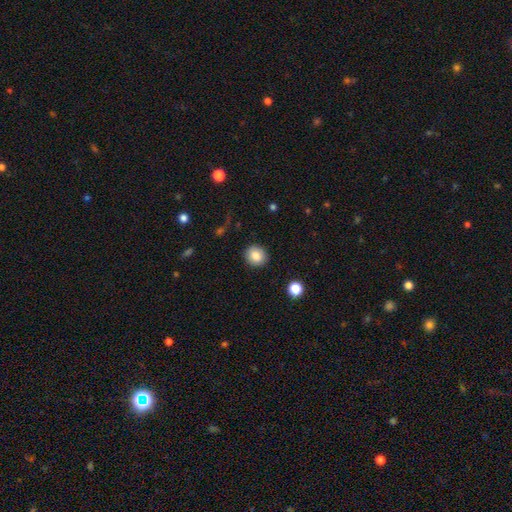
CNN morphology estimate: smooth 84%, star or artifact 9%, featured or disk 7%. Down the decision tree: how rounded — round (84%); merging — none (90%).